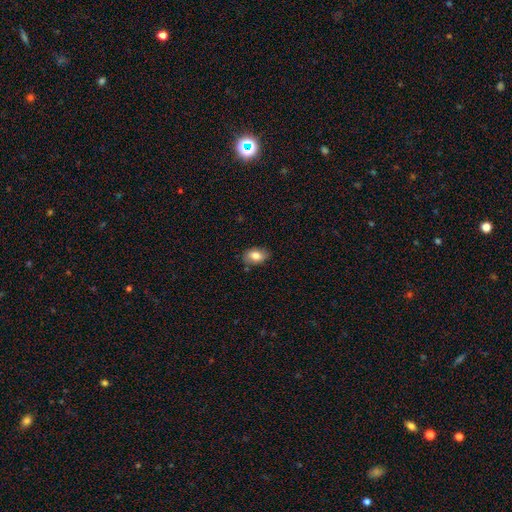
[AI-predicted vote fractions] This appears to be a smooth galaxy with no disk features (80%) that is in between round and cigar-shaped (87%). Merging: none (79%).